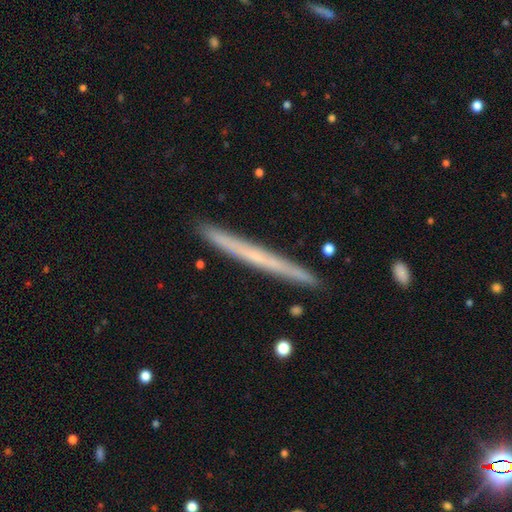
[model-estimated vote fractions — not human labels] Smooth or featured: featured or disk — 53% (smooth — 41%)
Edge-on disk: yes — 97% (no — 3%)
Edge-on bulge: none — 86% (rounded — 11%)
Merging: none — 91% (minor disturbance — 7%)